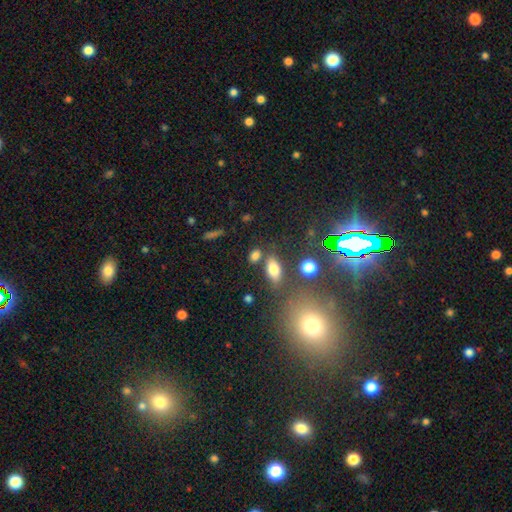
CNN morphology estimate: A smooth galaxy with no disk features (77%) that is in between round and cigar-shaped (79%). Merging: none (67%).